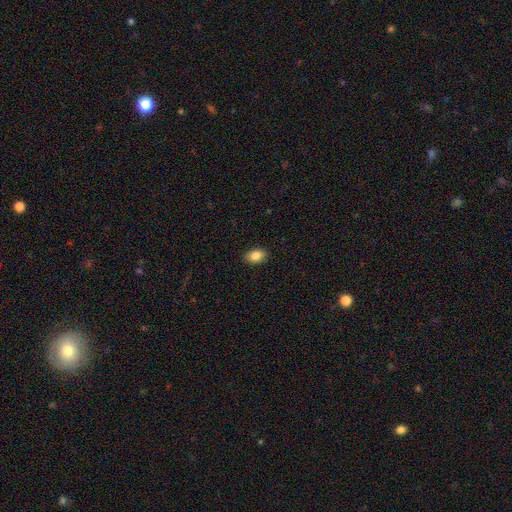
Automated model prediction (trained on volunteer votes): A smooth galaxy with no disk features (87%) that is in between round and cigar-shaped (84%). Merging: none (89%).